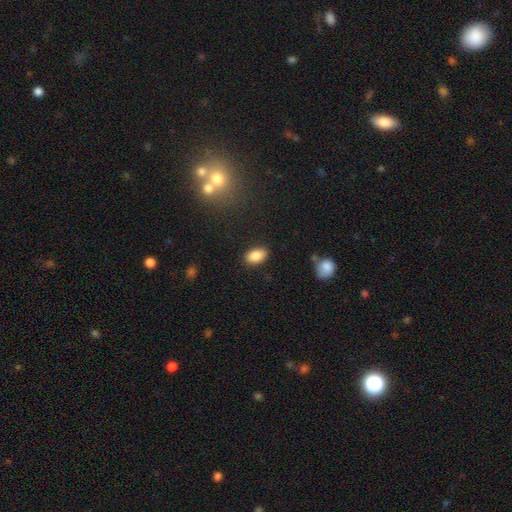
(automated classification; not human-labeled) Smooth or featured? Predicted: smooth (p=0.85). How rounded? Predicted: in between (p=0.90). Merging? Predicted: none (p=0.86).